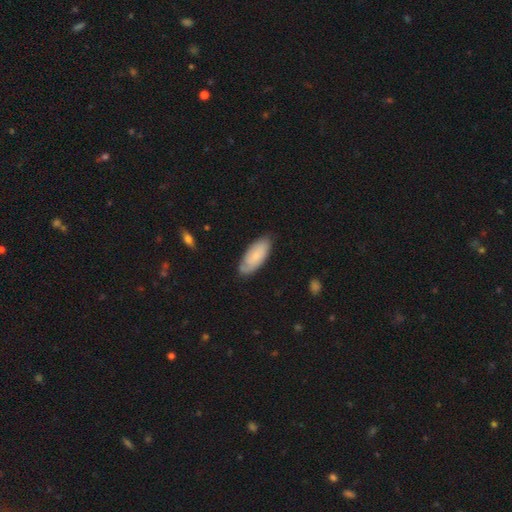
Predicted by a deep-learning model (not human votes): smooth 66%, featured or disk 28%, star or artifact 6%. Down the decision tree: how rounded — in between (85%); merging — none (76%).